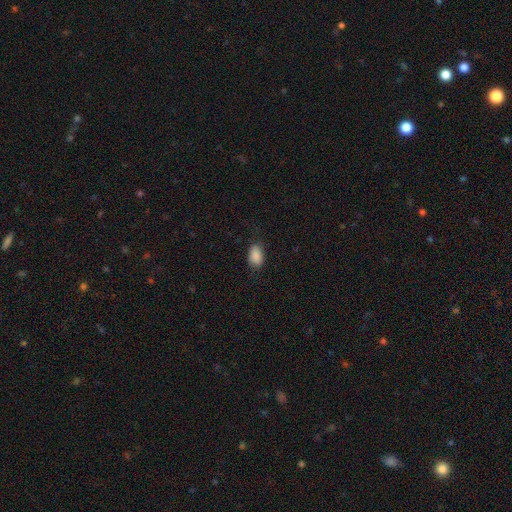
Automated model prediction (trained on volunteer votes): This appears to be a smooth galaxy with no disk features (89%) that is in between round and cigar-shaped (90%). Merging: none (78%).